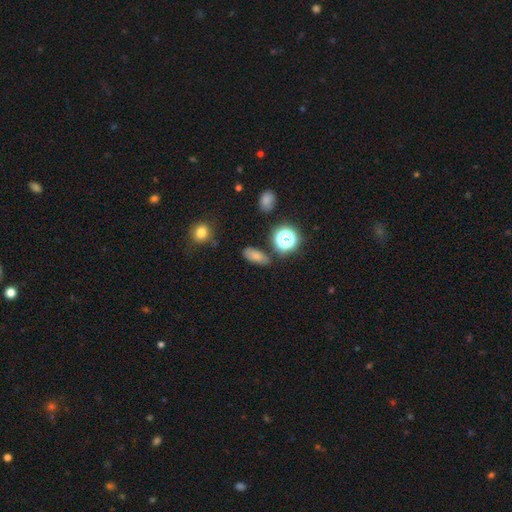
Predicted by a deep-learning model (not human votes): The model was most divided on "smooth or featured": smooth: 71%, star or artifact: 19%, featured or disk: 10%. More confident: how rounded — in between (80%); merging — none (77%).